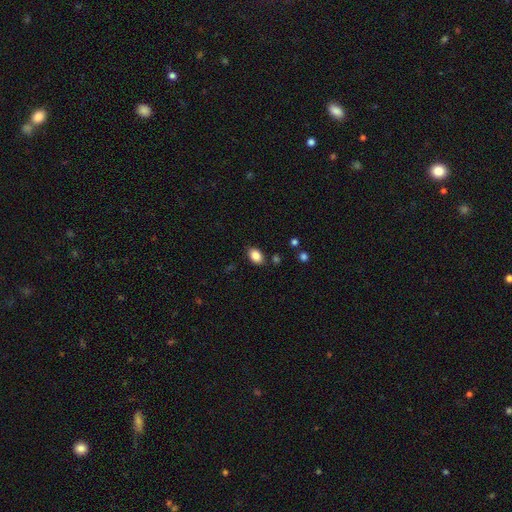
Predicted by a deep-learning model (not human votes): This is clearly a smooth galaxy (86%). How rounded: clearly in between (83%). Merging: clearly none (84%).